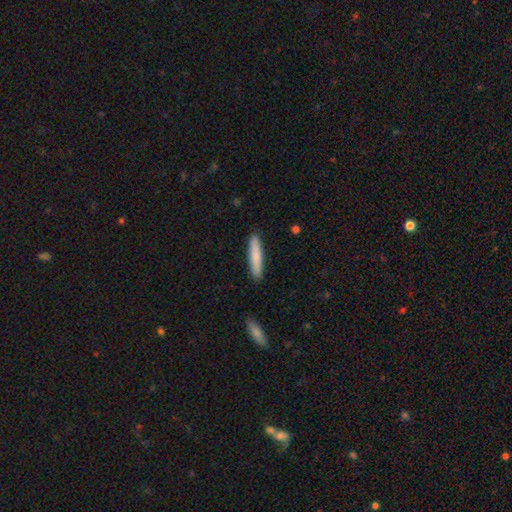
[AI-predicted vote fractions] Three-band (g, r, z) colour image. It shows a smooth galaxy with no disk features (83%) that is cigar-shaped (89%). Merging: none (91%).